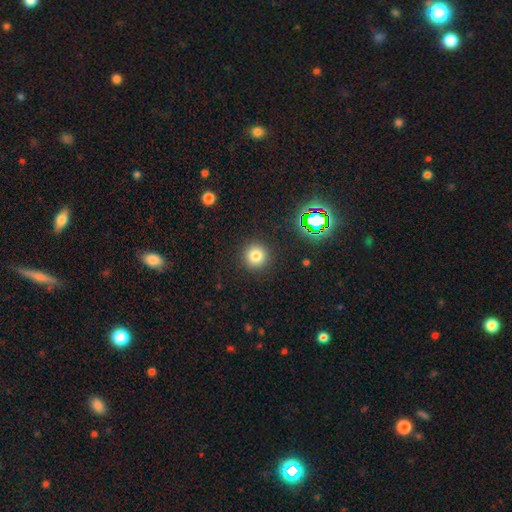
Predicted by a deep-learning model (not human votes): Smooth or featured?
  - smooth: 77% *
  - star or artifact: 16%
  - featured or disk: 7%
How rounded?
  - round: 95% *
  - in between: 4%
  - cigar-shaped: 1%
Merging?
  - none: 91% *
  - minor disturbance: 5%
  - major disturbance: 2%
  - merger: 1%